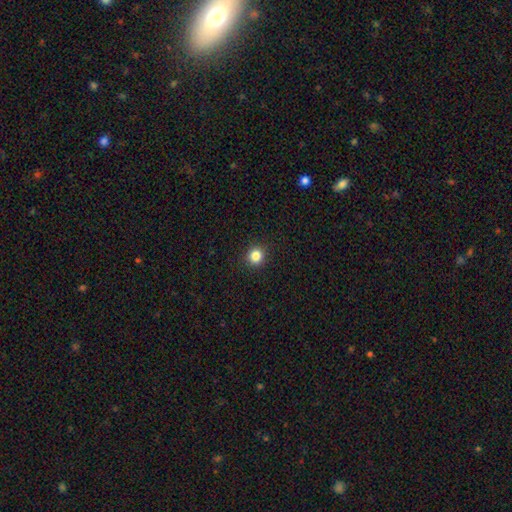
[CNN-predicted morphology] Overall: smooth (84%). How rounded: round (91%). Merging: none (92%).